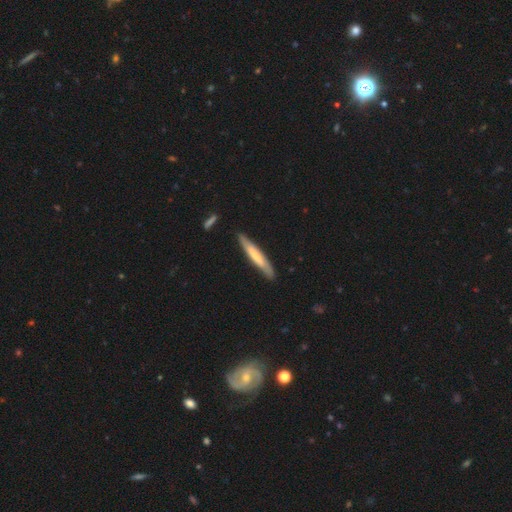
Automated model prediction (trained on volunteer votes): Overall: smooth (58%; featured or disk 37%). How rounded: cigar-shaped (93%). Merging: none (86%).